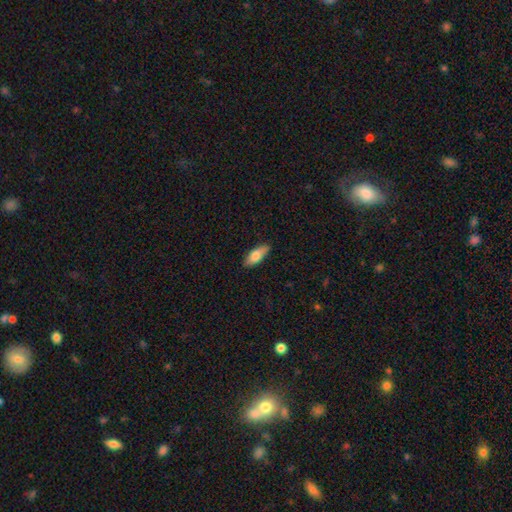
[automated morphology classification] type=smooth (75%); roundness=in between (75%); merging=none (83%).